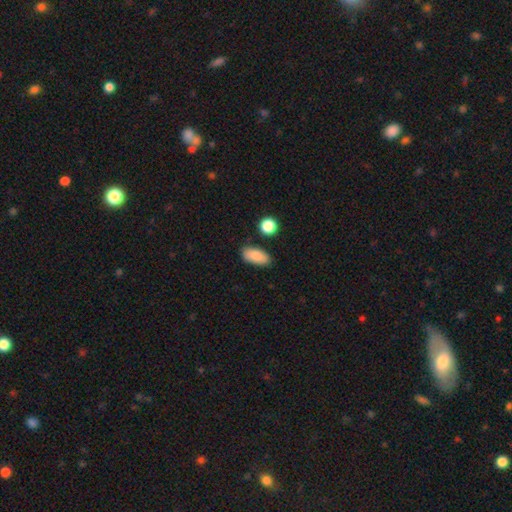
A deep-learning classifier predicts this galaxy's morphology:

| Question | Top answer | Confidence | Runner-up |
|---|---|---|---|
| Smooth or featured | smooth | 85% | featured or disk (8%) |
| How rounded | in between | 88% | cigar-shaped (8%) |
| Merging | none | 81% | minor disturbance (13%) |